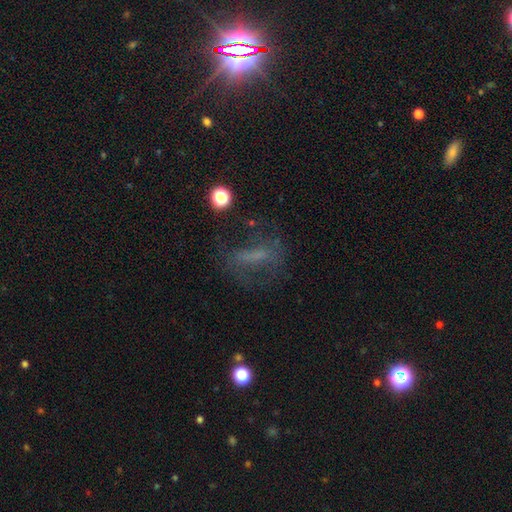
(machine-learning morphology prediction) Smooth or featured? featured or disk (38%)
Merging? none (54%)